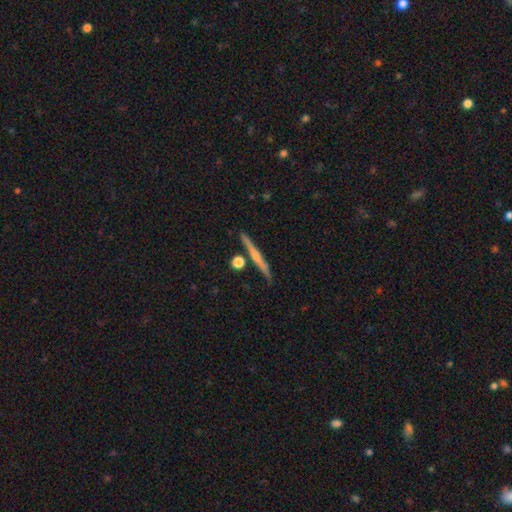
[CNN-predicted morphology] Overall: featured or disk (59%; smooth 28%). Edge-on disk: yes (95%). Edge-on bulge: rounded (52%; none 38%). Merging: none (84%).